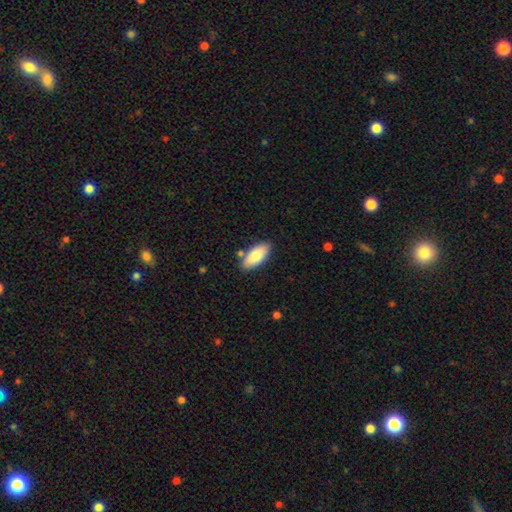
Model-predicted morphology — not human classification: Smooth or featured: smooth — 82% (featured or disk — 13%)
How rounded: in between — 84% (cigar-shaped — 14%)
Merging: none — 82% (minor disturbance — 11%)